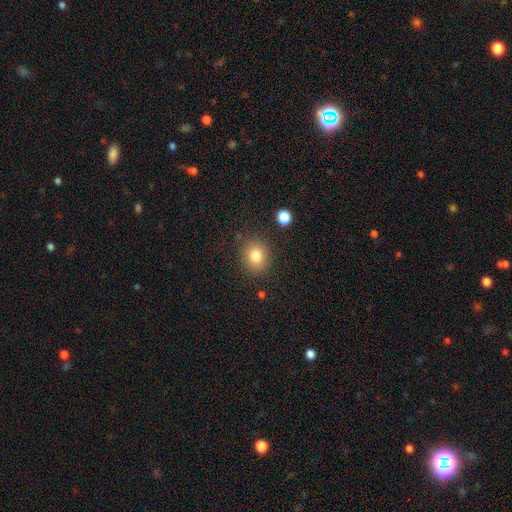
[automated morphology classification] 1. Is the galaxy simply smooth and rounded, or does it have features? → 81% smooth, 11% star or artifact, 8% featured or disk.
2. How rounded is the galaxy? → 75% round, 24% in between, 1% cigar-shaped.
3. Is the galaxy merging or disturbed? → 85% none, 9% minor disturbance, 3% major disturbance, 2% merger.